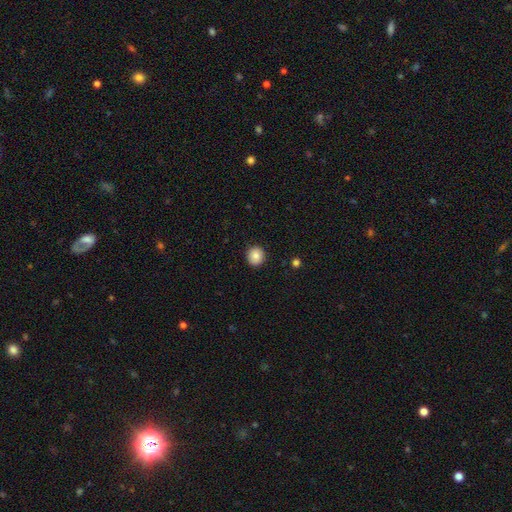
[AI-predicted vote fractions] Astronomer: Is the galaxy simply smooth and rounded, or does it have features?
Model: smooth — 83%.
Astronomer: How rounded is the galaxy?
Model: round — 88%.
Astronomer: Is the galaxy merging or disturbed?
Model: none — 90%.